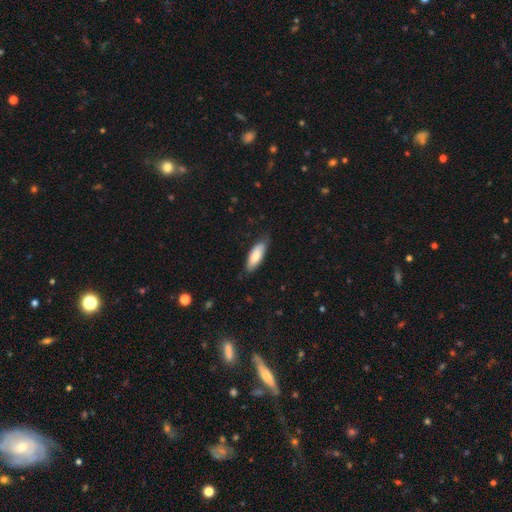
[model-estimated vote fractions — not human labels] smooth_or_featured: smooth (p=0.80) [alt: featured or disk p=0.15]
how_rounded: in between (p=0.69) [alt: cigar-shaped p=0.29]
merging: none (p=0.76) [alt: minor disturbance p=0.19]